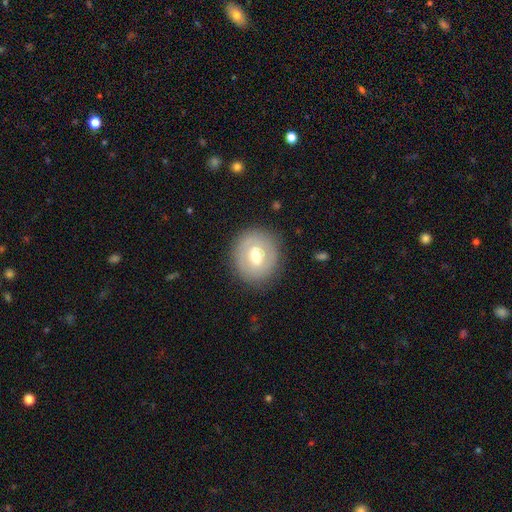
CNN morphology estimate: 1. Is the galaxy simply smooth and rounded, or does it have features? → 51% smooth, 41% featured or disk, 8% star or artifact.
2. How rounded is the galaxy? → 70% round, 29% in between, 1% cigar-shaped.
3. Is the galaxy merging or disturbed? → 83% none, 11% minor disturbance, 4% major disturbance, 1% merger.